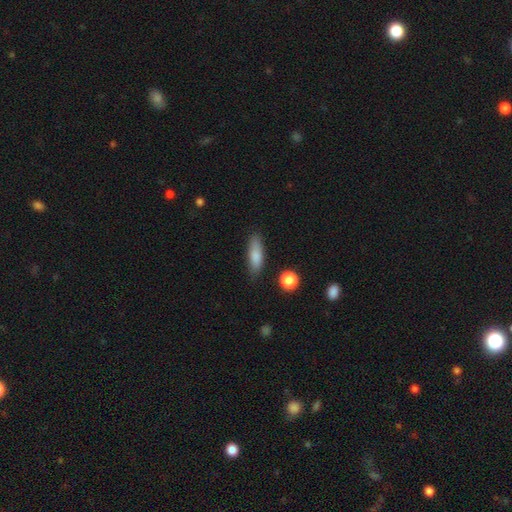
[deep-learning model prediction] Smooth or featured?
  - smooth: 81% *
  - featured or disk: 11%
  - star or artifact: 7%
How rounded?
  - cigar-shaped: 49% *
  - in between: 48%
  - round: 3%
Merging?
  - none: 80% *
  - minor disturbance: 14%
  - major disturbance: 3%
  - merger: 2%